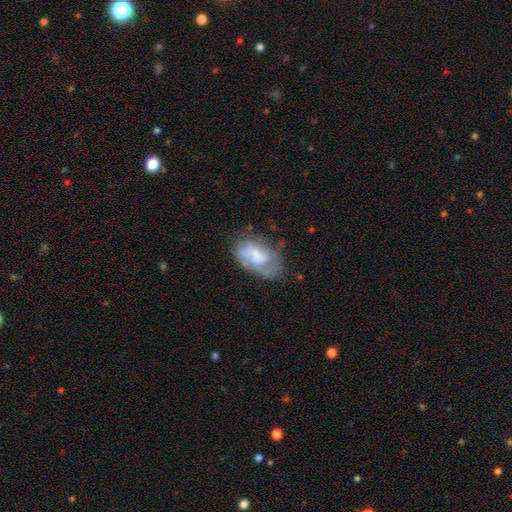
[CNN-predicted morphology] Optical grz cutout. It shows a featured or disk galaxy (55%) with no bar (49%), spiral arms (76%) and a moderate central bulge (34%). Merging: none (49%).